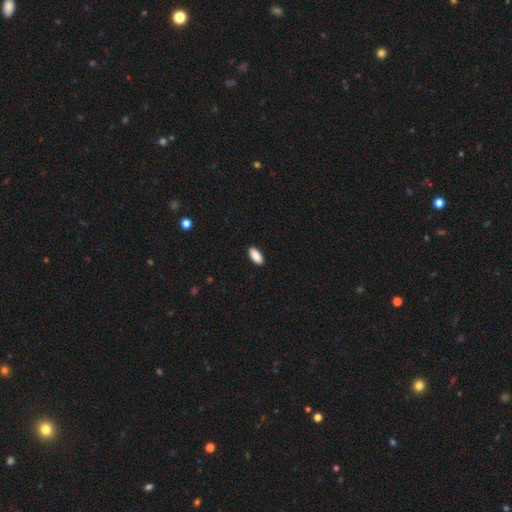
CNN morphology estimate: Smooth or featured?
  - smooth: 89% *
  - star or artifact: 6%
  - featured or disk: 4%
How rounded?
  - in between: 89% *
  - cigar-shaped: 9%
  - round: 2%
Merging?
  - none: 91% *
  - minor disturbance: 7%
  - major disturbance: 1%
  - merger: 1%